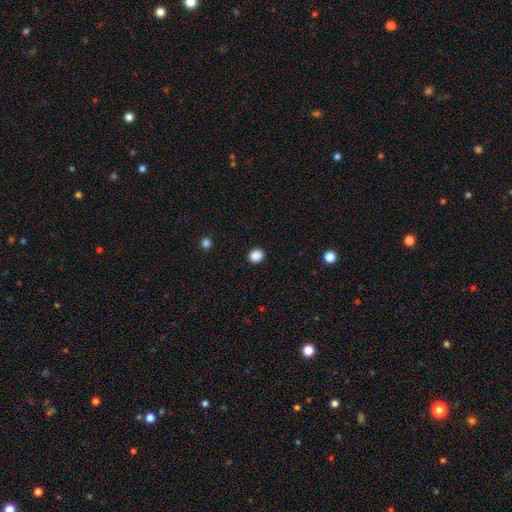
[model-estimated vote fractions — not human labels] Smooth or featured: smooth — 87% (star or artifact — 10%)
How rounded: round — 75% (in between — 24%)
Merging: none — 91% (minor disturbance — 6%)